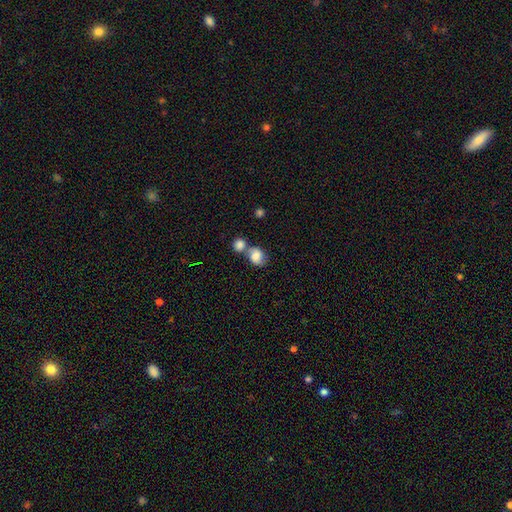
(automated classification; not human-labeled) Smooth or featured? Predicted: smooth (p=0.80). How rounded? Predicted: round (p=0.57). Merging? Predicted: merger (p=0.51).